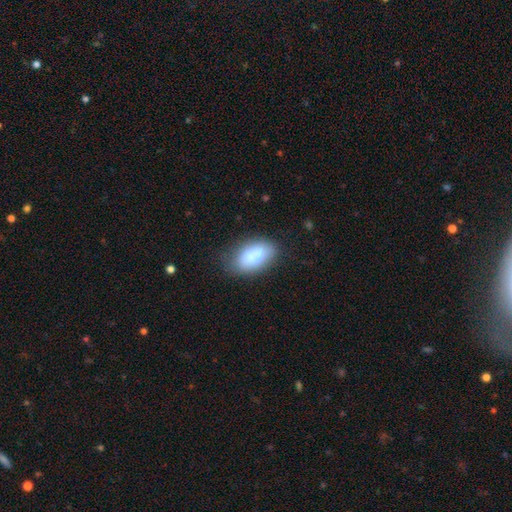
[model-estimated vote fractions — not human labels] Smooth or featured: smooth — 81% (featured or disk — 11%)
How rounded: in between — 91% (round — 7%)
Merging: none — 76% (minor disturbance — 18%)